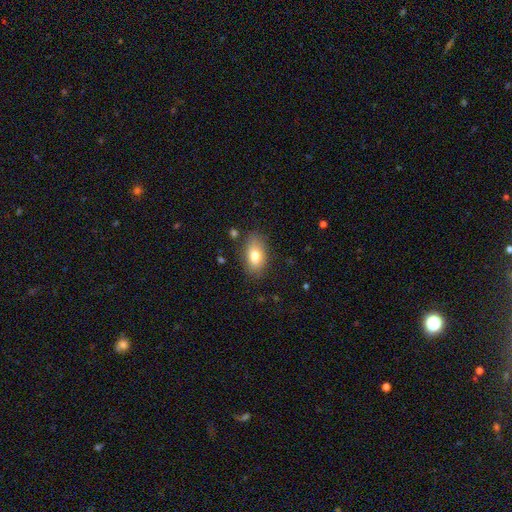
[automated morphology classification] A smooth galaxy with no disk features (77%) that is in between round and cigar-shaped (89%). Merging: none (78%).